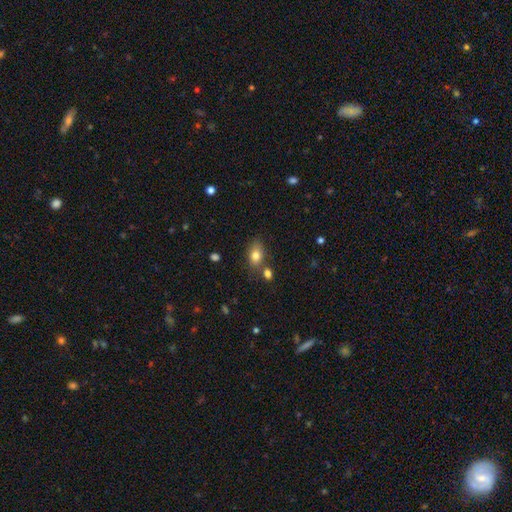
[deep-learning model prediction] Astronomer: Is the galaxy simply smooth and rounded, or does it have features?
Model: smooth — 79%.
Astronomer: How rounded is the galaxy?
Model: in between — 79%.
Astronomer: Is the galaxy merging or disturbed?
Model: none — 66%.